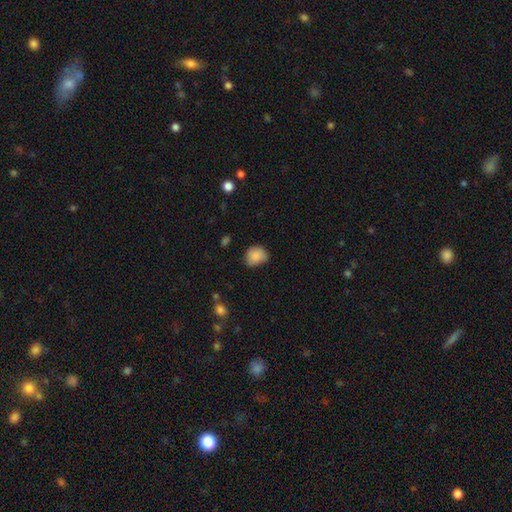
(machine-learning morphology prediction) smooth-or-featured: smooth: 86% | star or artifact: 8% | featured or disk: 6%
  how-rounded: round: 68% | in between: 31% | cigar-shaped: 1%
  merging: none: 62% | minor disturbance: 30% | major disturbance: 6% | merger: 2%